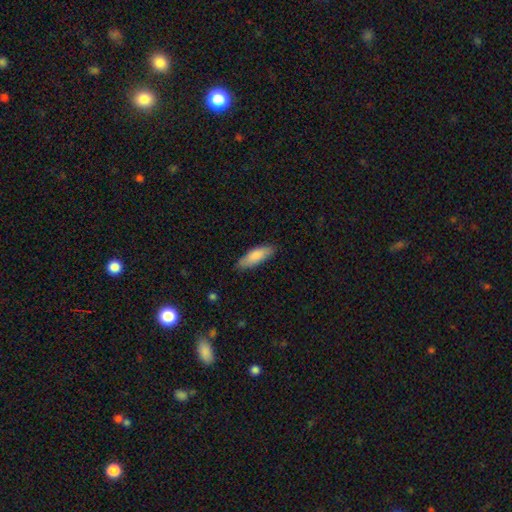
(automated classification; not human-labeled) Smooth or featured?
  - smooth: 84% *
  - featured or disk: 11%
  - star or artifact: 5%
How rounded?
  - in between: 62% *
  - cigar-shaped: 37%
  - round: 2%
Merging?
  - none: 82% *
  - minor disturbance: 14%
  - major disturbance: 2%
  - merger: 1%